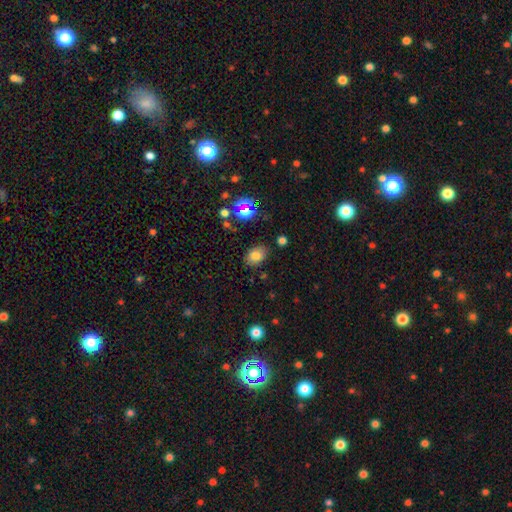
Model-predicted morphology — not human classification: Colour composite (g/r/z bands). It shows a smooth galaxy with no disk features (78%) that is in between round and cigar-shaped (78%). Merging: none (82%).